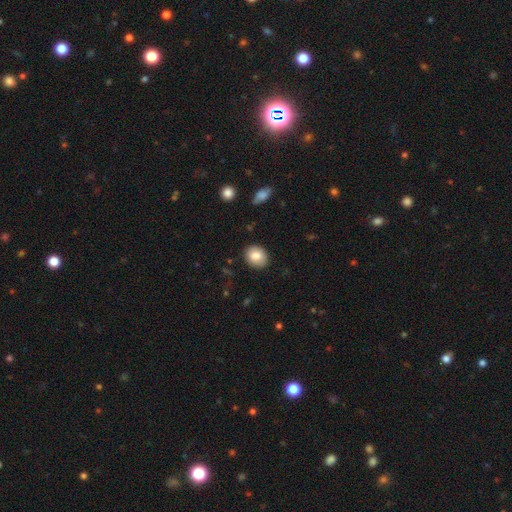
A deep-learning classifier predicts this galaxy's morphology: Smooth or featured?
  - smooth: 83% *
  - featured or disk: 10%
  - star or artifact: 8%
How rounded?
  - round: 54% *
  - in between: 45%
  - cigar-shaped: 1%
Merging?
  - none: 87% *
  - minor disturbance: 9%
  - major disturbance: 2%
  - merger: 1%